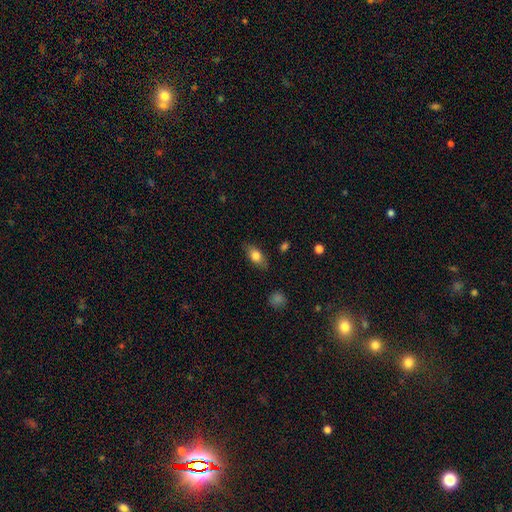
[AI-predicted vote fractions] This appears to be a smooth galaxy with no disk features (75%) that is in between round and cigar-shaped (84%). Merging: none (82%).